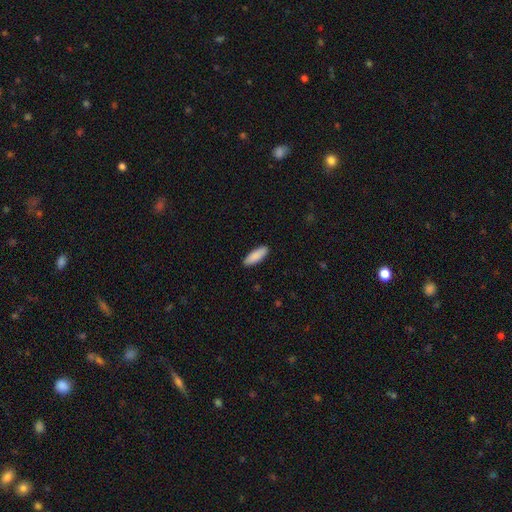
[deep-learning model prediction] Smooth or featured? smooth (89%)
How rounded? in between (59%)
Merging? none (90%)